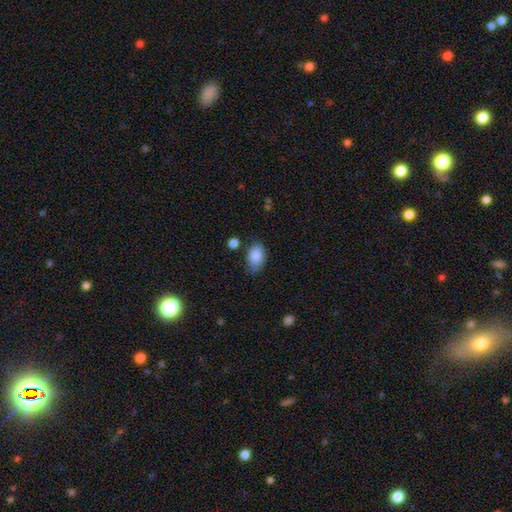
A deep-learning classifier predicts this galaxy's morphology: Smooth or featured?
  - smooth: 87% *
  - star or artifact: 7%
  - featured or disk: 6%
How rounded?
  - in between: 88% *
  - round: 10%
  - cigar-shaped: 1%
Merging?
  - none: 65% *
  - minor disturbance: 25%
  - major disturbance: 6%
  - merger: 4%